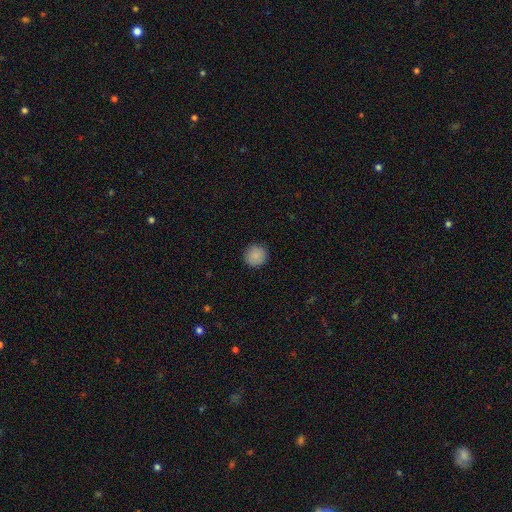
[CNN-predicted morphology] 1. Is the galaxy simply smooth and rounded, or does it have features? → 89% smooth, 8% star or artifact, 3% featured or disk.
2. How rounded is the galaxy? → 93% round, 6% in between, 1% cigar-shaped.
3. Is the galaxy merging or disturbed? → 91% none, 6% minor disturbance, 2% major disturbance, 1% merger.